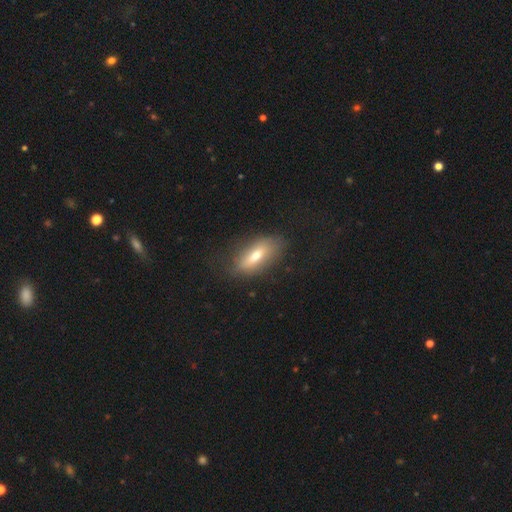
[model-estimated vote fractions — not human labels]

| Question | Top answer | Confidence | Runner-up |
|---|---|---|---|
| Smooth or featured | smooth | 61% | featured or disk (30%) |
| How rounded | in between | 69% | cigar-shaped (27%) |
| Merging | none | 72% | minor disturbance (19%) |